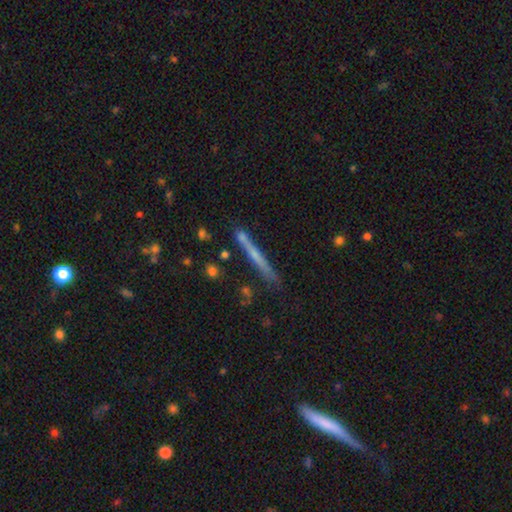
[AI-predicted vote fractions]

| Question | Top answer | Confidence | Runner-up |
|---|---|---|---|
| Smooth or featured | featured or disk | 48% | smooth (44%) |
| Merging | none | 74% | minor disturbance (16%) |